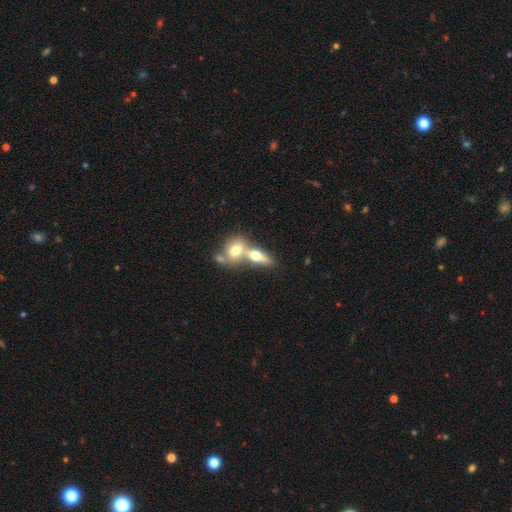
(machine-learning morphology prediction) Smooth or featured? smooth (62%)
How rounded? in between (67%)
Merging? merger (66%)